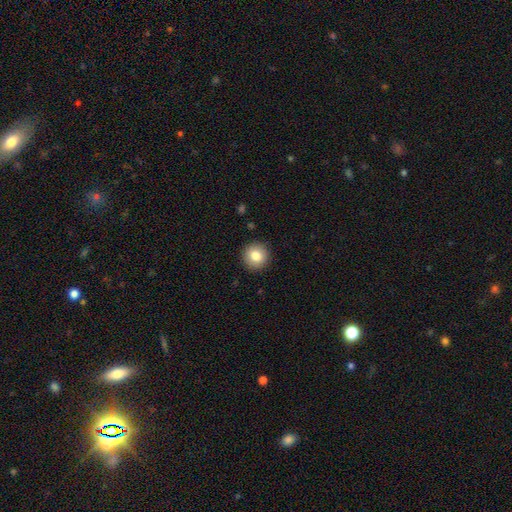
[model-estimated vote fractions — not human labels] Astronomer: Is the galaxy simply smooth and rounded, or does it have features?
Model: smooth — 82%.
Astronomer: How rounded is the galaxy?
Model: round — 93%.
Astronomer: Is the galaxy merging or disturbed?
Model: none — 92%.